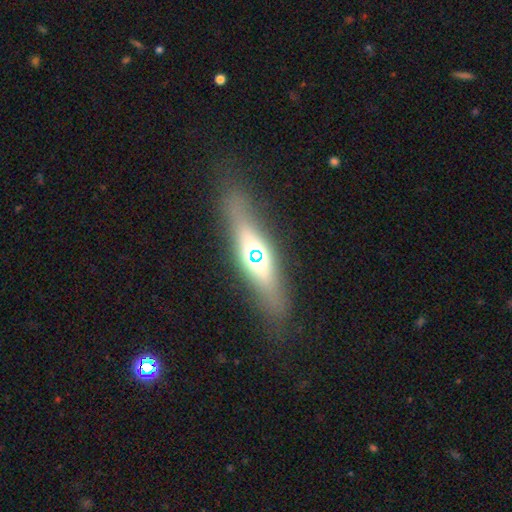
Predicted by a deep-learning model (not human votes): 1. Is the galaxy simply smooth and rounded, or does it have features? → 50% featured or disk, 34% smooth, 16% star or artifact.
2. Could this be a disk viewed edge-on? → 79% yes, 21% no.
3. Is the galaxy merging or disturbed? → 82% none, 11% minor disturbance, 5% major disturbance, 2% merger.